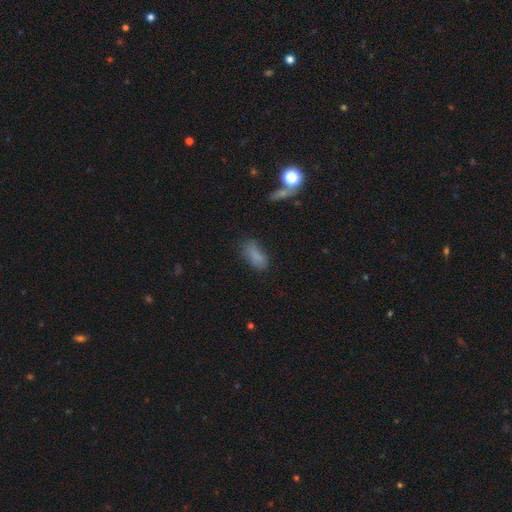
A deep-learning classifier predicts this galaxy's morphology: Smooth or featured: smooth — 78% (star or artifact — 12%)
How rounded: in between — 83% (cigar-shaped — 13%)
Merging: none — 58% (minor disturbance — 26%)